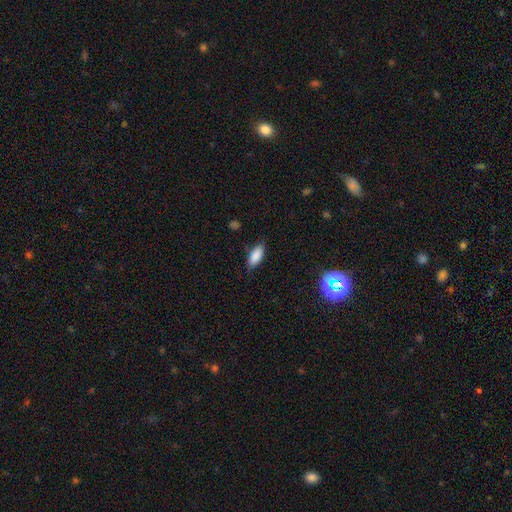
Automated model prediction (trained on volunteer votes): A smooth galaxy with no disk features (86%) that is in between round and cigar-shaped (84%).

Vote fractions:
- Smooth or featured? smooth: 86% / star or artifact: 7% / featured or disk: 6%
- How rounded? in between: 84% / cigar-shaped: 14% / round: 2%
- Merging? none: 80% / minor disturbance: 16% / major disturbance: 3% / merger: 1%